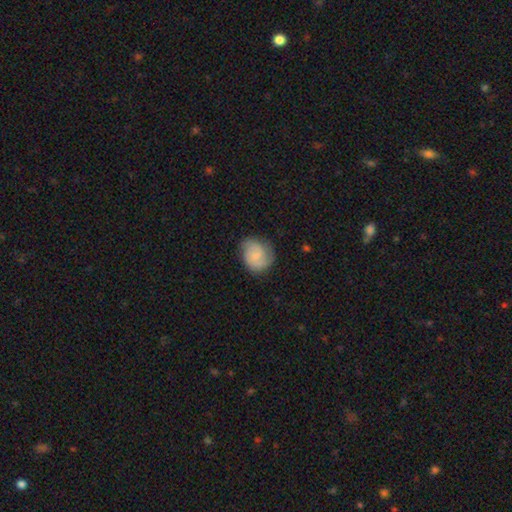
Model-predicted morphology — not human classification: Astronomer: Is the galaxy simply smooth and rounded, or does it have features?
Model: featured or disk — 52% (runner-up: smooth, 41%).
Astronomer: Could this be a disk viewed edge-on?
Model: no — 98%.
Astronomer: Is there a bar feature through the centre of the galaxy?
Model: no — 62%.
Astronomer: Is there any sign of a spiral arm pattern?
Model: yes — 89%.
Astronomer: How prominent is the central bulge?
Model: small — 64%.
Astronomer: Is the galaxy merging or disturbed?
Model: none — 71%.